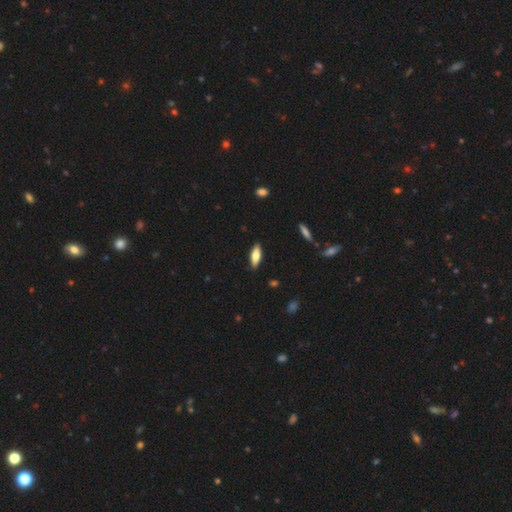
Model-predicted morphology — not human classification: smooth 67%, featured or disk 27%, star or artifact 6%. Down the decision tree: how rounded — in between (56%); merging — none (87%).